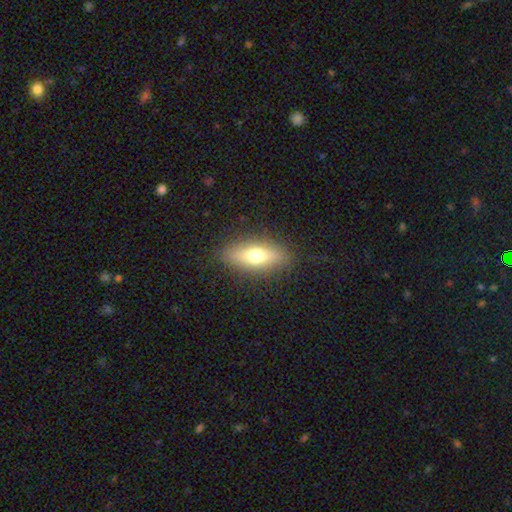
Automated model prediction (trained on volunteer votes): Overall: smooth (67%). How rounded: in between (68%). Merging: none (87%).